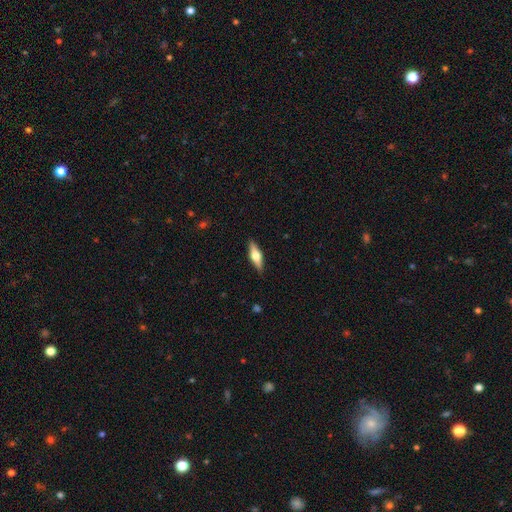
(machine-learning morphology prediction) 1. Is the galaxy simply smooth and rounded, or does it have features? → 57% featured or disk, 36% smooth, 6% star or artifact.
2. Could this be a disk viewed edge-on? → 95% yes, 5% no.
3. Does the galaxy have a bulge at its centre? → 93% rounded, 5% boxy, 2% none.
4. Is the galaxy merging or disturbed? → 89% none, 9% minor disturbance, 2% major disturbance, 1% merger.